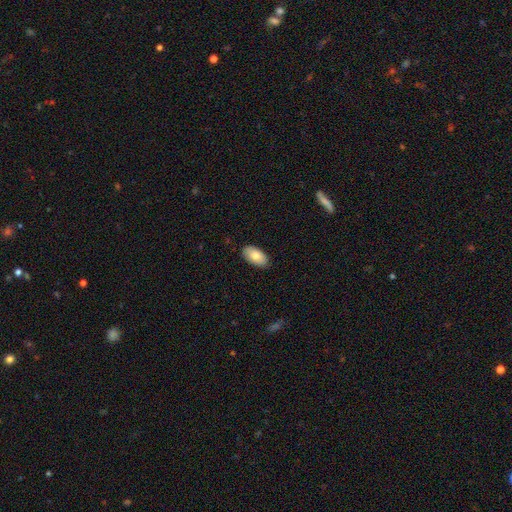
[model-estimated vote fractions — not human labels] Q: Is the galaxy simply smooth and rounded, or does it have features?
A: smooth — 81%.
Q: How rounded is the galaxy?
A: in between — 95%.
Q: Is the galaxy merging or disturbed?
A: none — 88%.